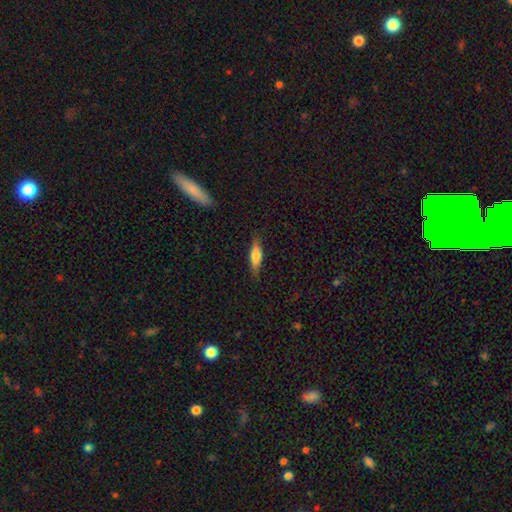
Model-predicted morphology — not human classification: Smooth or featured? smooth (71%)
How rounded? cigar-shaped (58%)
Merging? none (82%)